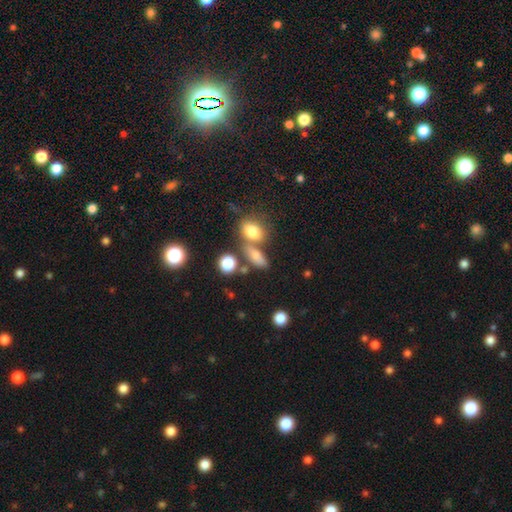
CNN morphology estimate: Smooth or featured? smooth (71%)
How rounded? in between (65%)
Merging? none (51%)